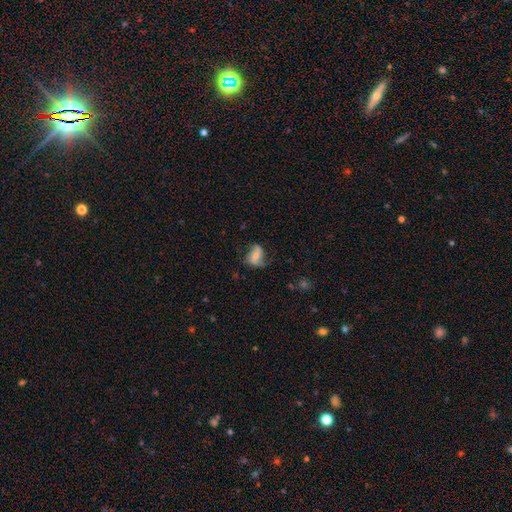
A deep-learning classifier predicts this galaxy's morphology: Q: Smooth or featured?
A: featured or disk (48%); runner-up: smooth (43%)
Q: Merging?
A: none (53%); runner-up: minor disturbance (28%)